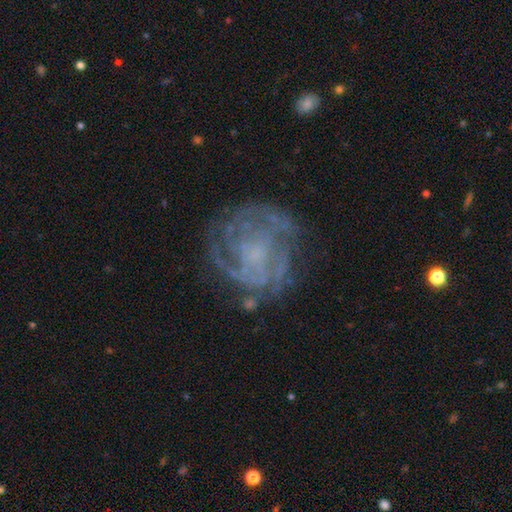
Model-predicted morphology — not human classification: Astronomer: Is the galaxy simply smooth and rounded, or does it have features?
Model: featured or disk — 80%.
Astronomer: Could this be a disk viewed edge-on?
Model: no — 98%.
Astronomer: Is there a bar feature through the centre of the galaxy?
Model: no — 72%.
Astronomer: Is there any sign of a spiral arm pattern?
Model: yes — 85%.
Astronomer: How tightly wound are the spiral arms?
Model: tight — 61%.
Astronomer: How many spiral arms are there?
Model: can't tell — 41% (runner-up: 3, 20%).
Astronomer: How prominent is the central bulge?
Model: small — 42% (runner-up: none, 40%).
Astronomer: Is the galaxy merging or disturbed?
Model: none — 69%.